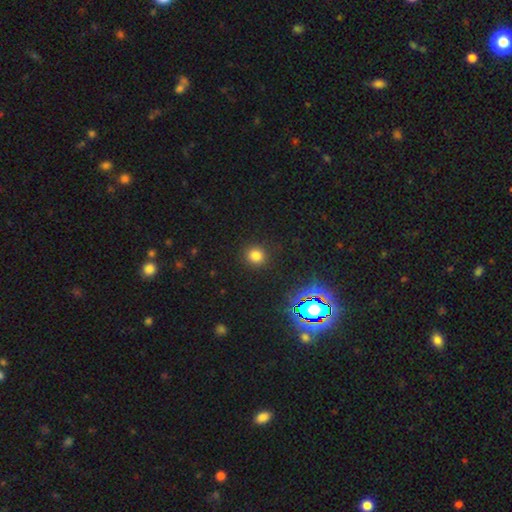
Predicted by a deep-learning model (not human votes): A smooth galaxy with no disk features (78%) that is round (89%).

Vote fractions:
- Smooth or featured? smooth: 78% / star or artifact: 17% / featured or disk: 5%
- How rounded? round: 89% / in between: 10% / cigar-shaped: 1%
- Merging? none: 91% / minor disturbance: 6% / major disturbance: 2% / merger: 1%